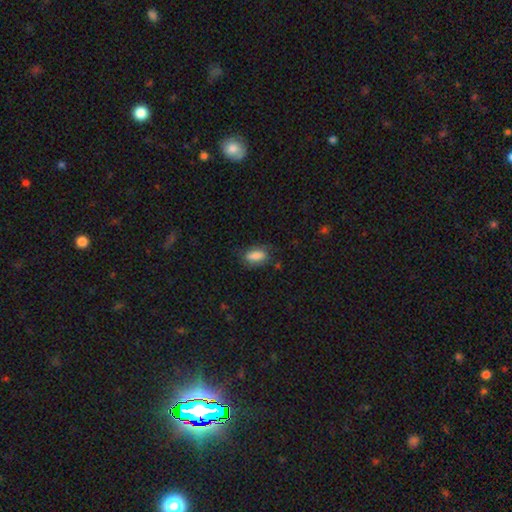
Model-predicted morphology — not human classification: This appears to be a smooth galaxy with no disk features (82%) that is in between round and cigar-shaped (84%). Merging: none (71%).